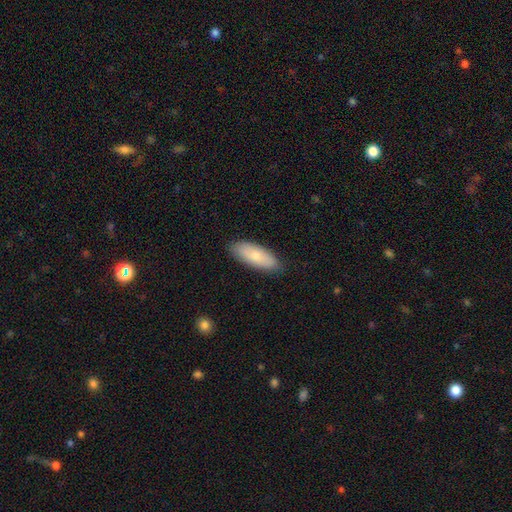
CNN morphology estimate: A smooth galaxy with no disk features (76%) that is in between round and cigar-shaped (74%).

Vote fractions:
- Smooth or featured? smooth: 76% / featured or disk: 18% / star or artifact: 6%
- How rounded? in between: 74% / cigar-shaped: 24% / round: 2%
- Merging? none: 86% / minor disturbance: 11% / major disturbance: 2% / merger: 1%